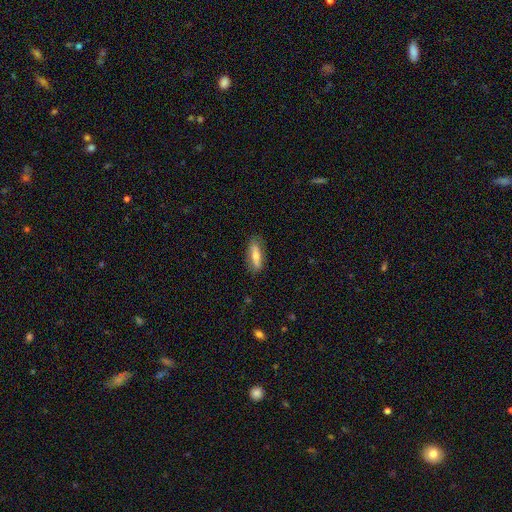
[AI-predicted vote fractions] Smooth or featured: smooth — 61% (featured or disk — 32%)
How rounded: cigar-shaped — 55% (in between — 42%)
Merging: none — 84% (minor disturbance — 12%)